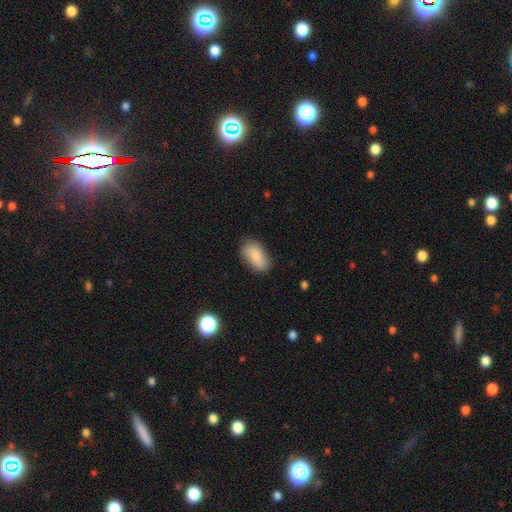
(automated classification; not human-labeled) smooth_or_featured: smooth (p=0.79) [alt: featured or disk p=0.14]
how_rounded: in between (p=0.93) [alt: round p=0.05]
merging: none (p=0.80) [alt: minor disturbance p=0.16]